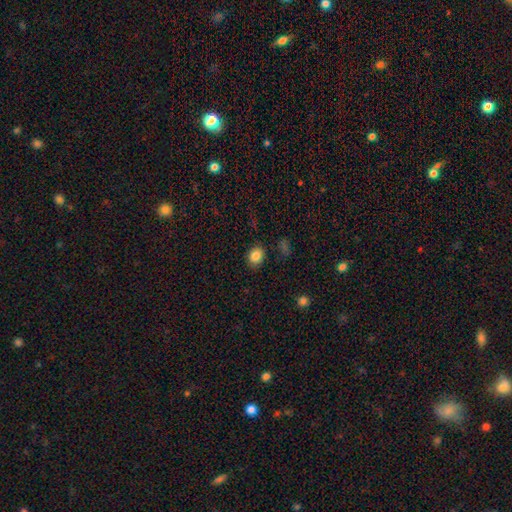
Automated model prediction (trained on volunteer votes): Q: Smooth or featured?
A: smooth (85%); runner-up: star or artifact (10%)
Q: How rounded?
A: round (55%); runner-up: in between (44%)
Q: Merging?
A: none (85%); runner-up: minor disturbance (10%)